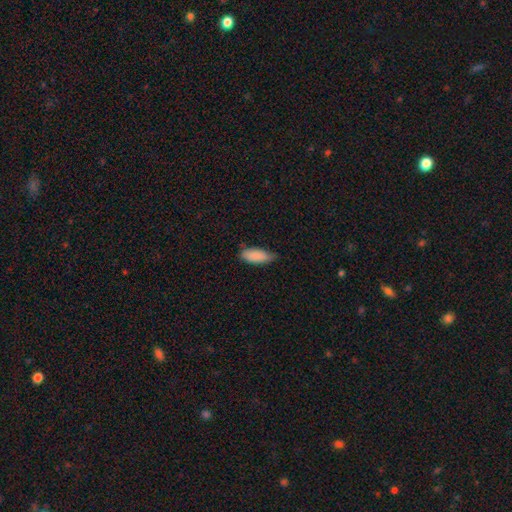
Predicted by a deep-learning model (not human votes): This appears to be a smooth galaxy with no disk features (88%) that is in between round and cigar-shaped (78%). Merging: none (62%).